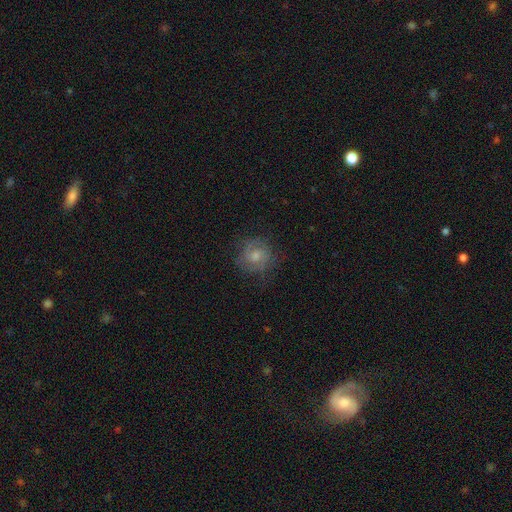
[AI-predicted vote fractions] Overall: featured or disk (50%; smooth 35%). Merging: none (74%).